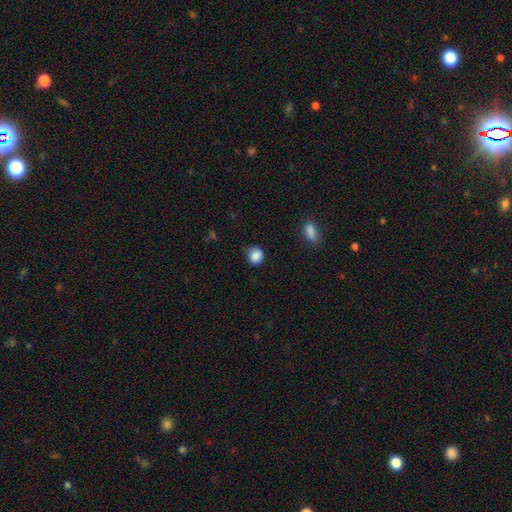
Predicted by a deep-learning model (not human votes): This appears to be a smooth galaxy with no disk features (87%) that is round (81%). Merging: none (72%).